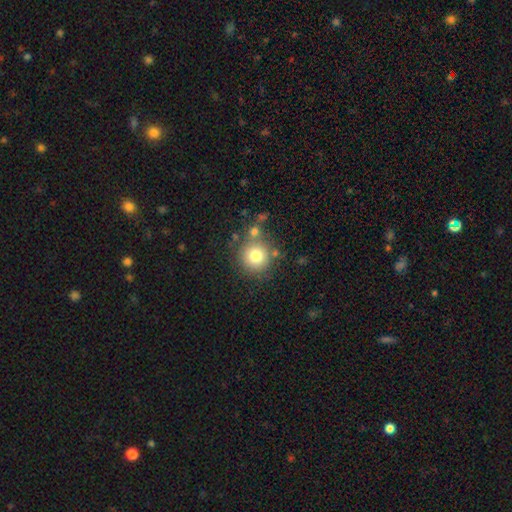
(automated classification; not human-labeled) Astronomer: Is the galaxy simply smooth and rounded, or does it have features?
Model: smooth — 76%.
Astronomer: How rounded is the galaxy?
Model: round — 94%.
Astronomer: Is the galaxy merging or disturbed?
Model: none — 74%.